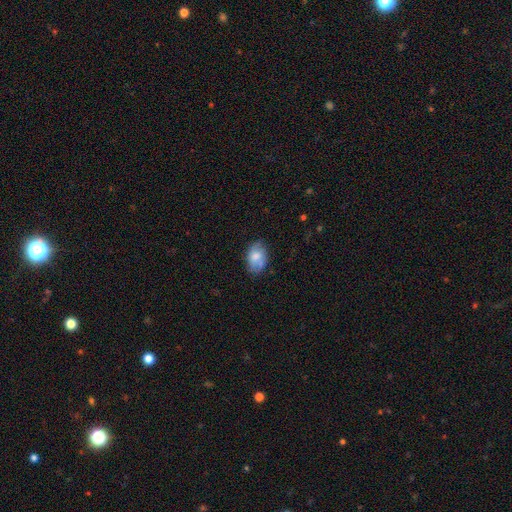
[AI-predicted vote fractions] Smooth or featured? Predicted: smooth (p=0.69). How rounded? Predicted: in between (p=0.86). Merging? Predicted: none (p=0.67).